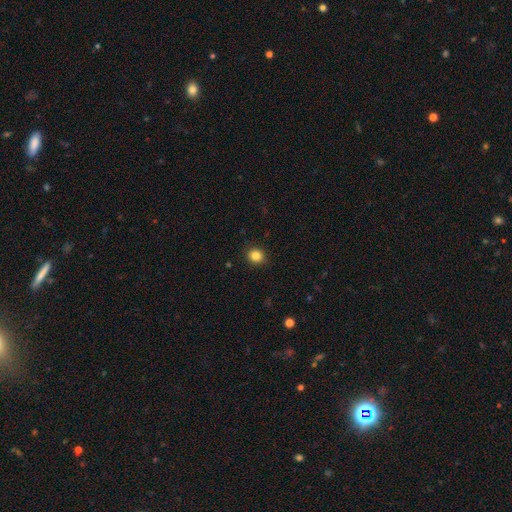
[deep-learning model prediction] This appears to be a smooth galaxy with no disk features (85%) that is round (87%). Merging: none (91%).